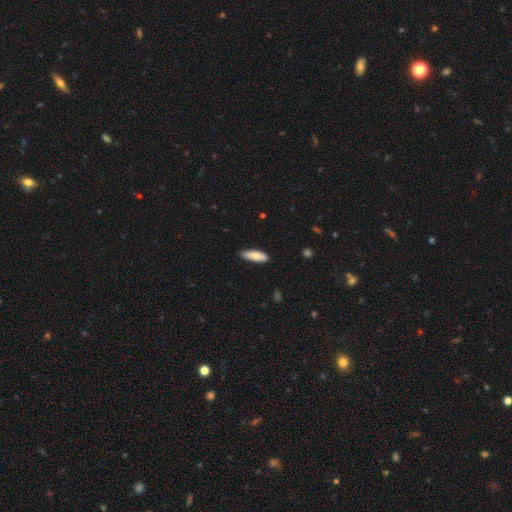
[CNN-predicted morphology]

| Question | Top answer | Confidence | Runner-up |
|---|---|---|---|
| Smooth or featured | smooth | 82% | featured or disk (12%) |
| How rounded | in between | 52% | cigar-shaped (46%) |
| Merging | none | 86% | minor disturbance (11%) |